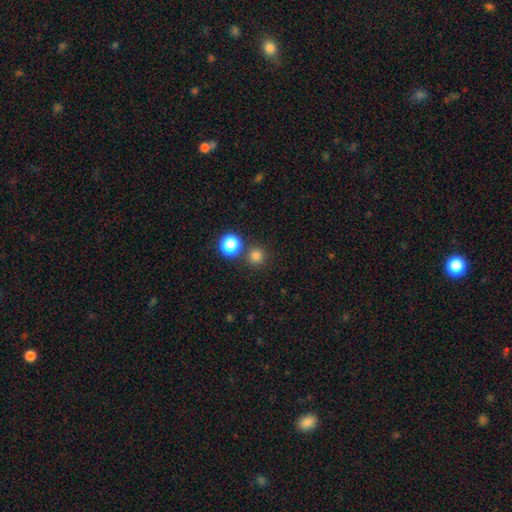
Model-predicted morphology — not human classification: smooth 78%, star or artifact 17%, featured or disk 5%. Down the decision tree: how rounded — round (95%); merging — none (80%).